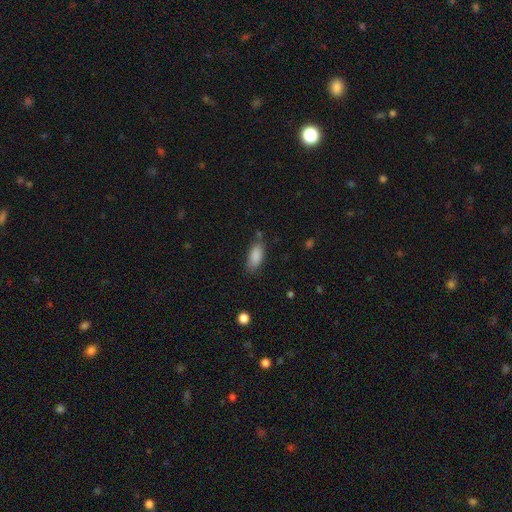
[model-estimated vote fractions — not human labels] A smooth galaxy with no disk features (87%) that is in between round and cigar-shaped (85%).

Vote fractions:
- Smooth or featured? smooth: 87% / star or artifact: 7% / featured or disk: 5%
- How rounded? in between: 85% / cigar-shaped: 12% / round: 2%
- Merging? none: 74% / minor disturbance: 18% / major disturbance: 5% / merger: 3%